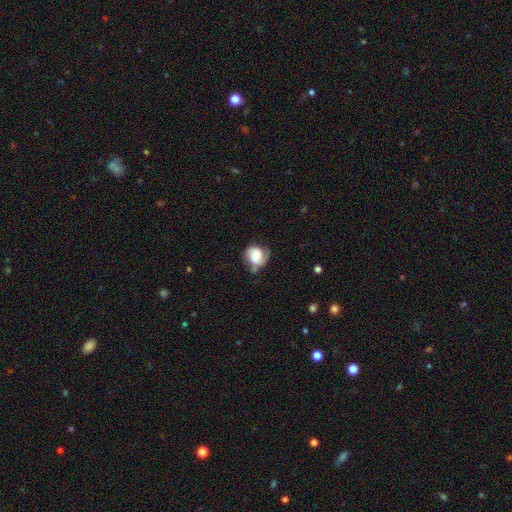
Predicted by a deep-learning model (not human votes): featured or disk 50%, smooth 42%, star or artifact 9%. Down the decision tree: merging — none (51%).